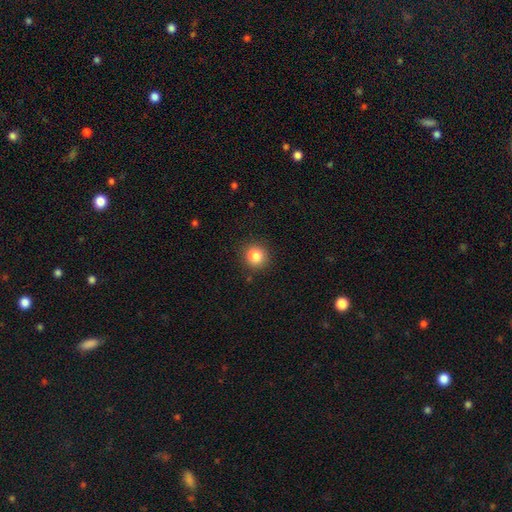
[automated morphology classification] Overall: smooth (84%). How rounded: round (85%). Merging: none (88%).